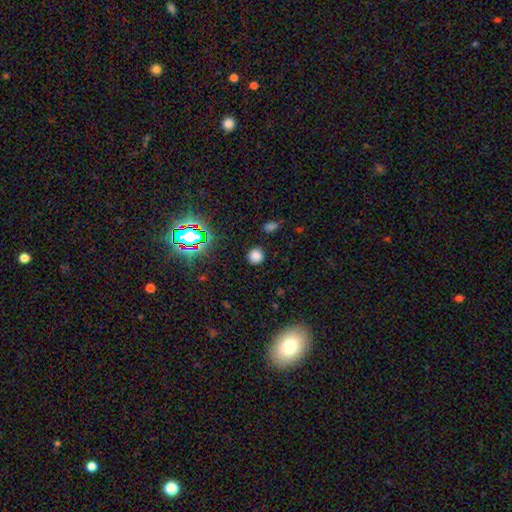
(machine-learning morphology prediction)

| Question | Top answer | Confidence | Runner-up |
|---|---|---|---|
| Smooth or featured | smooth | 77% | star or artifact (18%) |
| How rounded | round | 88% | in between (11%) |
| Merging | none | 88% | minor disturbance (7%) |